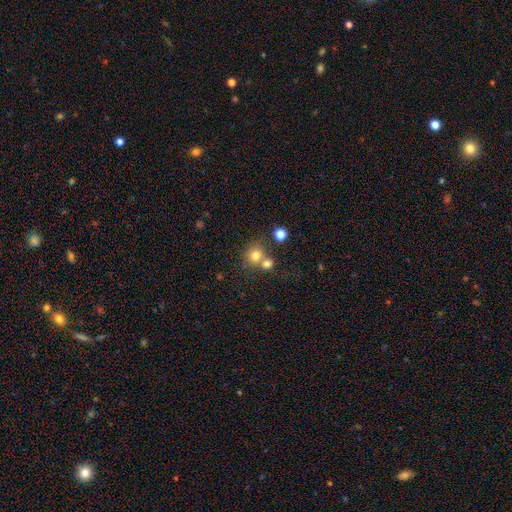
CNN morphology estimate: This is likely a smooth galaxy (76%). How rounded: clearly round (84%). Merging: possibly none (50%).